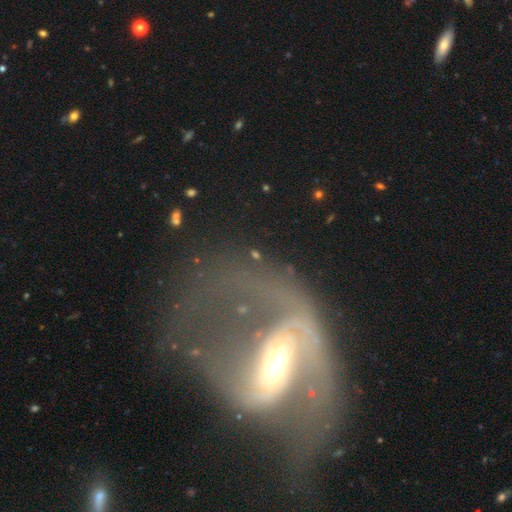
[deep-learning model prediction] This appears to be a featured or disk galaxy (78%) with a strong bar (41%), 2 (71%) loose (46%) spiral arms (77%) and a moderate central bulge (52%). Merging: none (37%, tied with major disturbance).